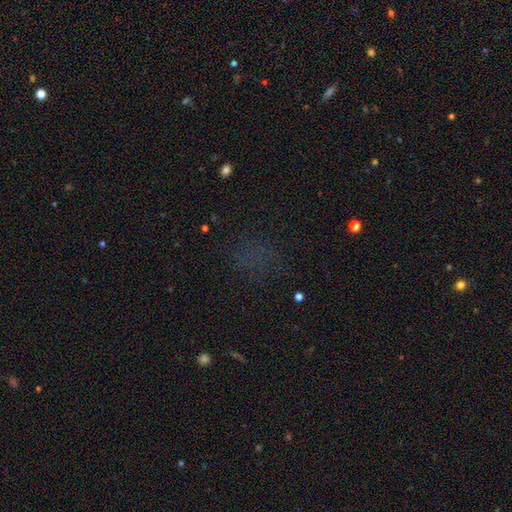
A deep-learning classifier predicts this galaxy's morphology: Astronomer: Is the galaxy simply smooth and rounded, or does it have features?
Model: star or artifact — 50% (runner-up: smooth, 38%).